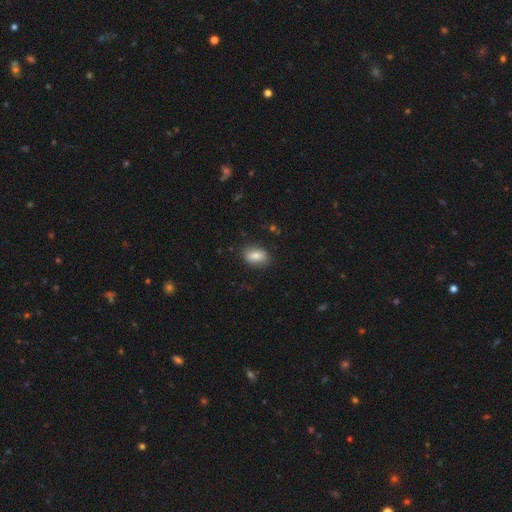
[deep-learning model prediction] Smooth or featured?
  - smooth: 84% *
  - featured or disk: 9%
  - star or artifact: 7%
How rounded?
  - in between: 86% *
  - round: 12%
  - cigar-shaped: 2%
Merging?
  - none: 83% *
  - minor disturbance: 13%
  - major disturbance: 3%
  - merger: 1%